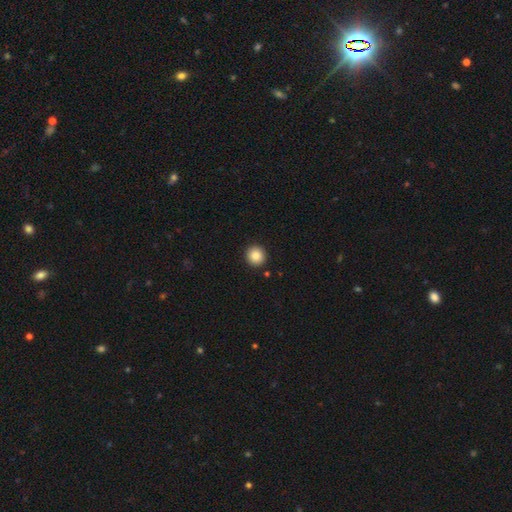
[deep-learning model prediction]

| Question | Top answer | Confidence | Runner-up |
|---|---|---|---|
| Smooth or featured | smooth | 87% | star or artifact (9%) |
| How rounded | round | 94% | in between (5%) |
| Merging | none | 92% | minor disturbance (5%) |